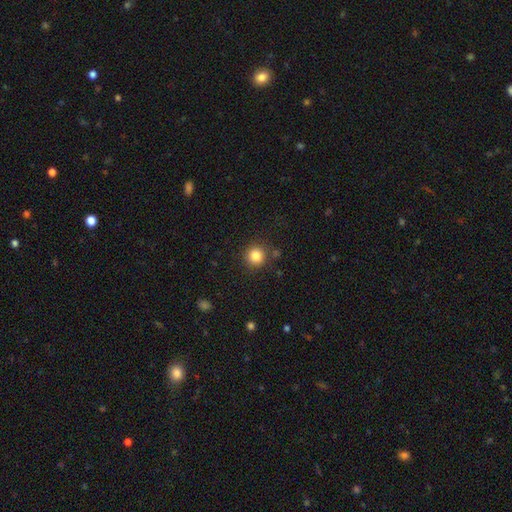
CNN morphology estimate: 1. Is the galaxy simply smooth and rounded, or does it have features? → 83% smooth, 11% star or artifact, 5% featured or disk.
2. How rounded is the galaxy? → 92% round, 7% in between, 1% cigar-shaped.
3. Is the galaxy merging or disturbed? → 85% none, 8% minor disturbance, 4% merger, 3% major disturbance.